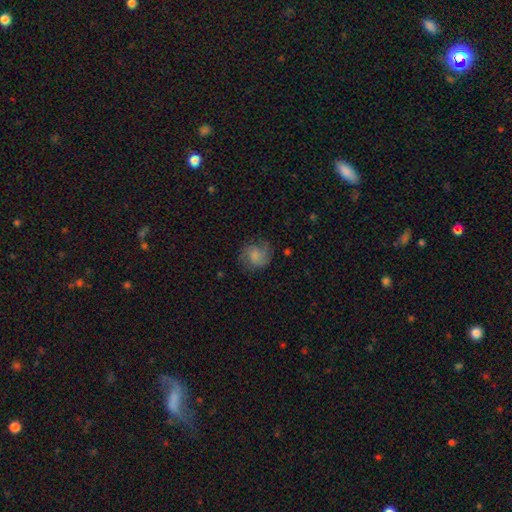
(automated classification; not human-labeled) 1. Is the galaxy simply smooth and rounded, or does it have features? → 49% smooth, 41% featured or disk, 9% star or artifact.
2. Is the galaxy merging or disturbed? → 69% none, 19% minor disturbance, 11% major disturbance, 1% merger.